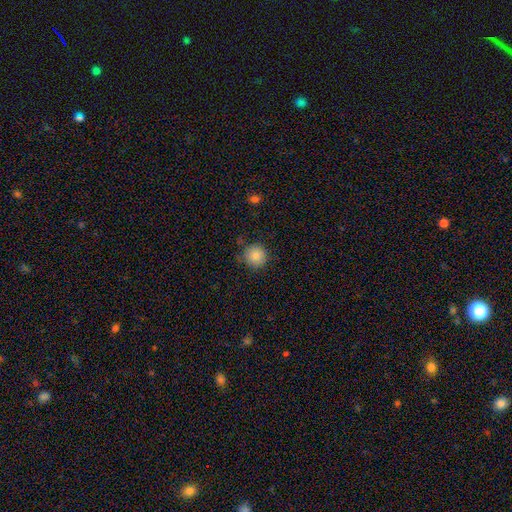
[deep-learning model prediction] Morphology: type=smooth (85%); roundness=round (94%); merging=none (81%).